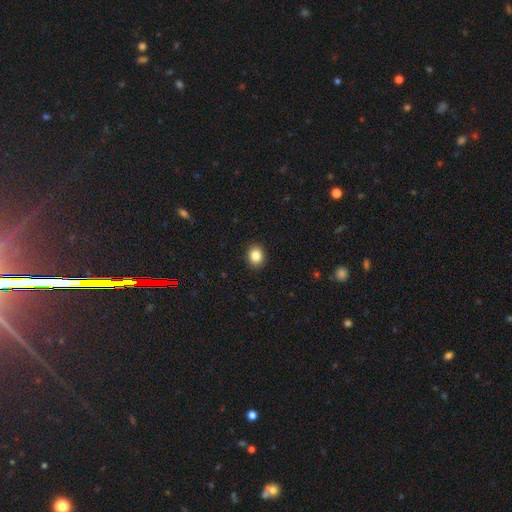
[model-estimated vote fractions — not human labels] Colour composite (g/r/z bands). It shows a smooth galaxy with no disk features (86%) that is round (57%). Merging: none (90%).